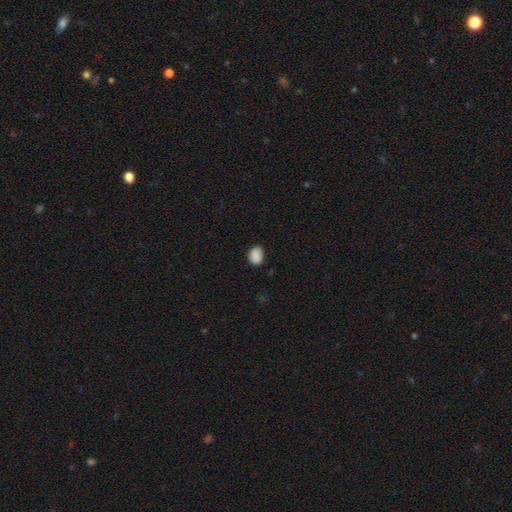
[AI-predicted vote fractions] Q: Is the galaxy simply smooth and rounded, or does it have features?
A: smooth — 88%.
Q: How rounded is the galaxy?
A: in between — 61%.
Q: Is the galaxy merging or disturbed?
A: none — 79%.